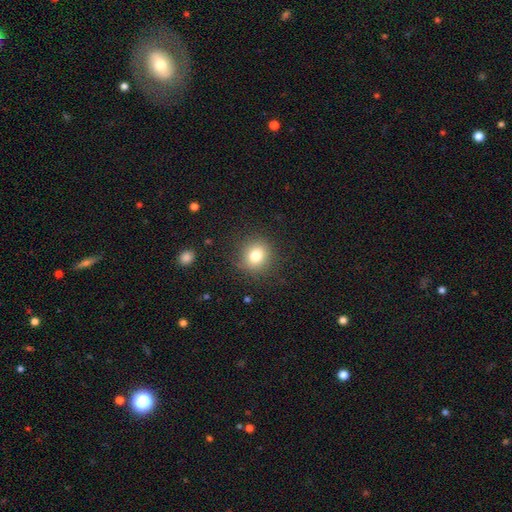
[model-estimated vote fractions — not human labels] Overall: smooth (78%). How rounded: round (87%). Merging: none (86%).